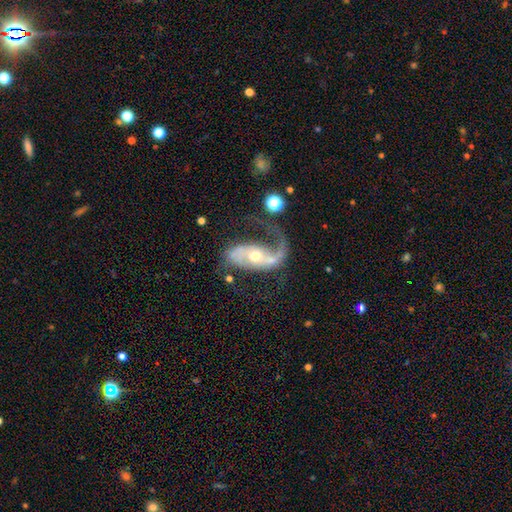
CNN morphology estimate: smooth_or_featured: featured or disk (p=0.86) [alt: smooth p=0.08]
disk_edge_on: no (p=0.96) [alt: yes p=0.04]
bar: no (p=0.49) [alt: weak p=0.29]
has_spiral_arms: yes (p=0.93) [alt: no p=0.07]
spiral_winding: loose (p=0.58) [alt: medium p=0.33]
spiral_arm_count: 2 (p=0.66) [alt: 1 p=0.28]
bulge_size: moderate (p=0.63) [alt: small p=0.31]
merging: none (p=0.44) [alt: major disturbance p=0.30]